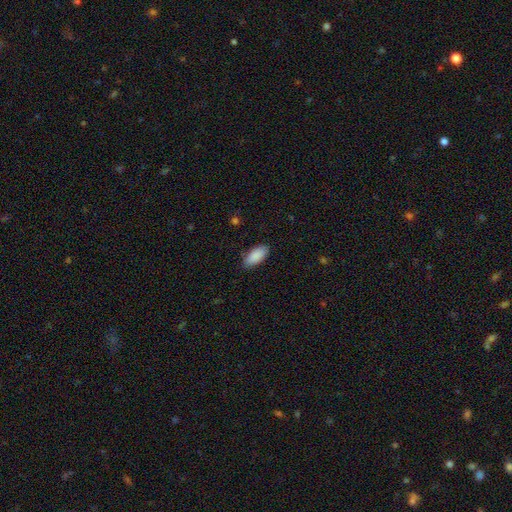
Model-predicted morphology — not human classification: This is clearly a smooth galaxy (90%). How rounded: clearly in between (91%). Merging: clearly none (83%).